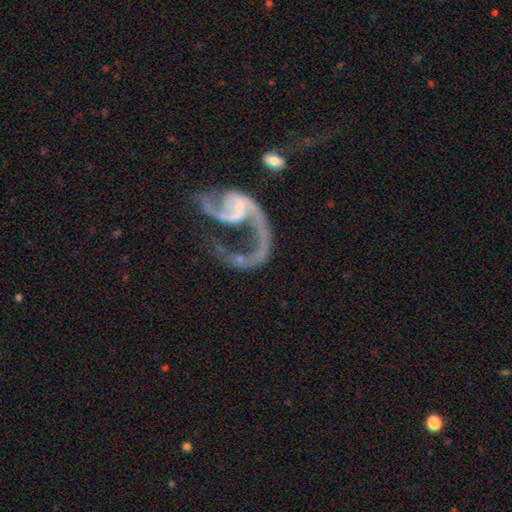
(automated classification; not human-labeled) The model was most divided on "bulge size": none: 41%, small: 40%, moderate: 14%, large: 3%, dominant: 2%. Remaining: edge-on disk — no (97%); spiral arms — yes (85%); smooth or featured — featured or disk (82%); spiral winding — loose (60%); bar — no (53%); spiral arm count — 2 (46%); merging — major disturbance (45%).